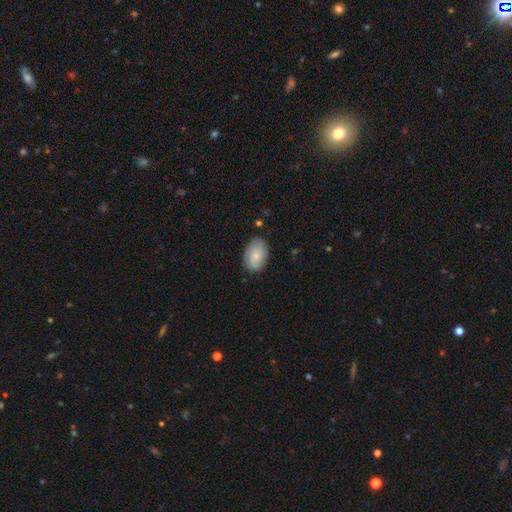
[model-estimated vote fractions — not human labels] Morphology: type=smooth (75%); roundness=in between (87%); merging=none (80%).